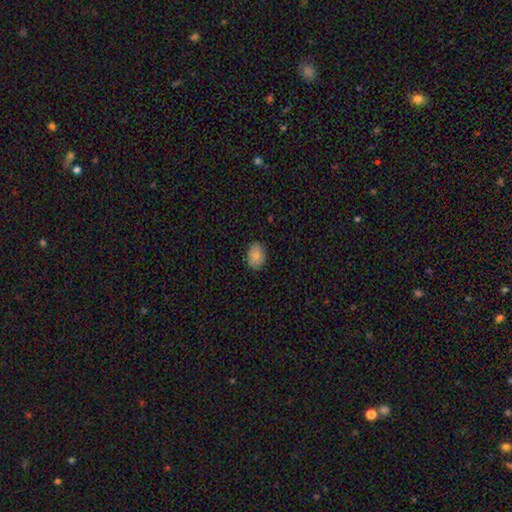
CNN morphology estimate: Smooth or featured?
  - smooth: 85% *
  - star or artifact: 8%
  - featured or disk: 7%
How rounded?
  - in between: 70% *
  - round: 29%
  - cigar-shaped: 1%
Merging?
  - none: 87% *
  - minor disturbance: 10%
  - major disturbance: 2%
  - merger: 1%